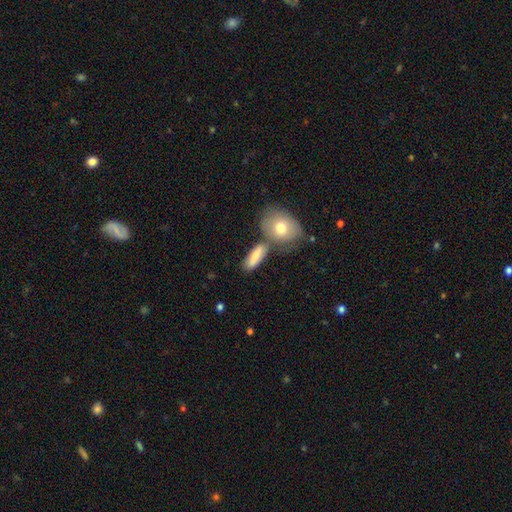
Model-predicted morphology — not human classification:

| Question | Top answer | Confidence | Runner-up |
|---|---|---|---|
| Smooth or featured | smooth | 78% | featured or disk (16%) |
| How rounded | in between | 57% | cigar-shaped (37%) |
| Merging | none | 56% | merger (24%) |